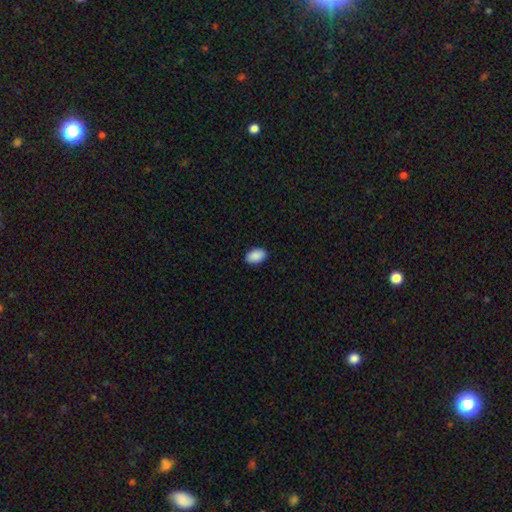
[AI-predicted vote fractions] The model was most divided on "how rounded": in between: 91%, round: 8%, cigar-shaped: 1%. More confident: smooth or featured — smooth (91%); merging — none (90%).